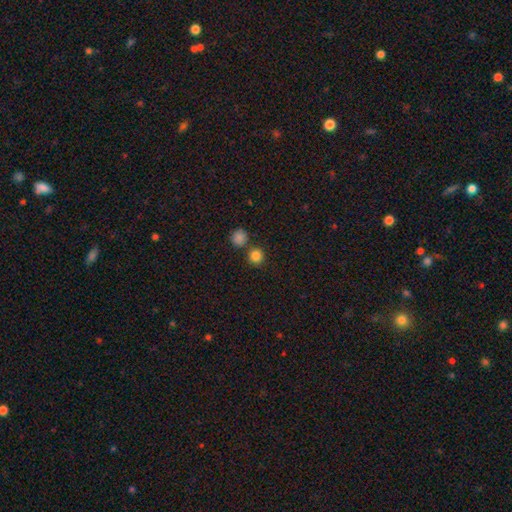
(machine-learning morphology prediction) smooth 84%, star or artifact 12%, featured or disk 4%. Down the decision tree: how rounded — round (92%); merging — none (75%).